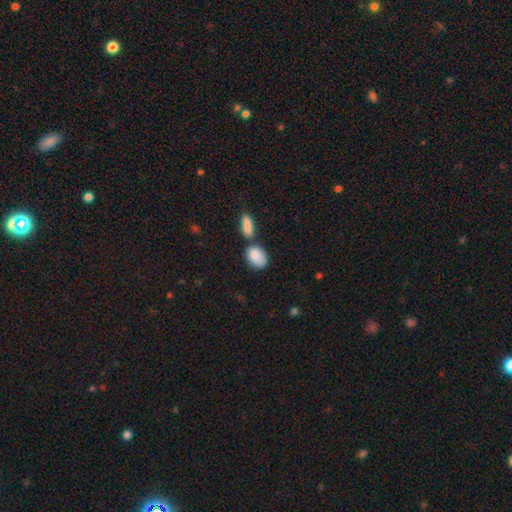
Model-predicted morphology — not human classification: type=smooth (87%); roundness=in between (83%); merging=none (52%).